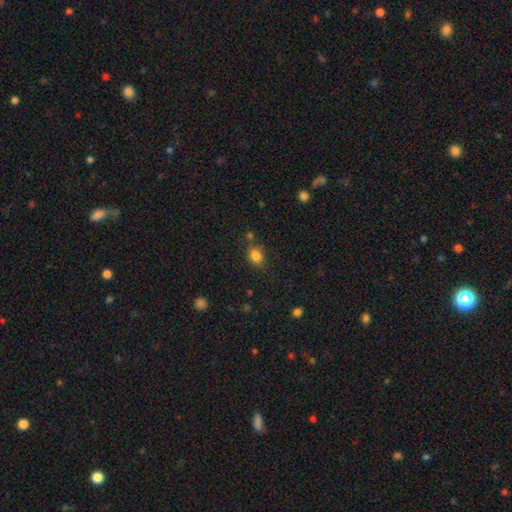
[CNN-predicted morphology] A smooth galaxy with no disk features (84%) that is in between round and cigar-shaped (59%). Merging: none (74%).